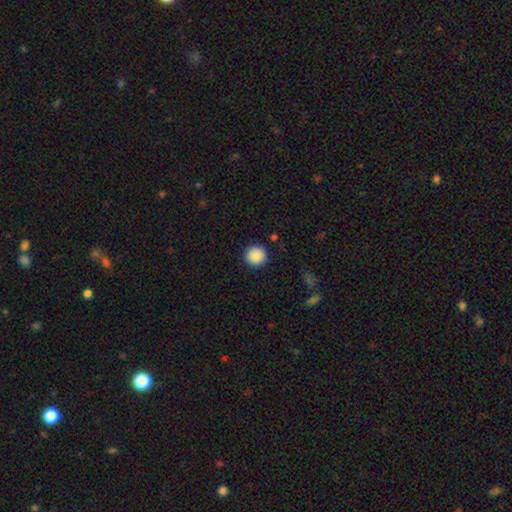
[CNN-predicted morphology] Q: Smooth or featured?
A: smooth (89%); runner-up: star or artifact (8%)
Q: How rounded?
A: round (95%); runner-up: in between (4%)
Q: Merging?
A: none (92%); runner-up: minor disturbance (5%)